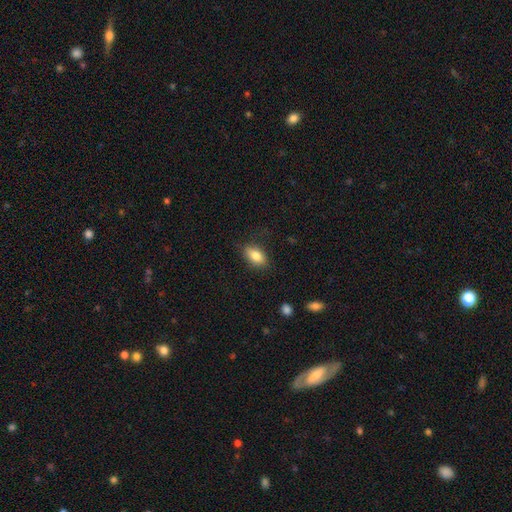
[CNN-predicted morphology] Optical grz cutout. It shows a smooth galaxy with no disk features (83%) that is in between round and cigar-shaped (89%). Merging: none (83%).